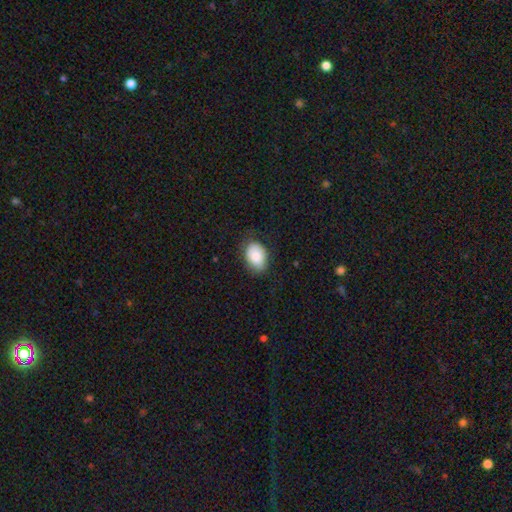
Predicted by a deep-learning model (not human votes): This is clearly a smooth galaxy (84%). How rounded: clearly in between (82%). Merging: likely none (76%).